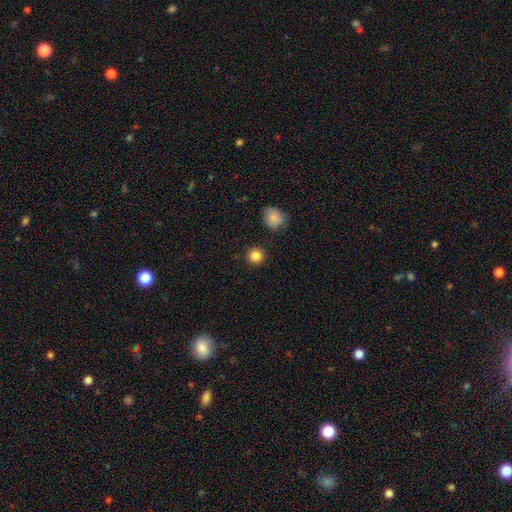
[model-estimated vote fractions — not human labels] A smooth galaxy with no disk features (85%) that is round (94%). Merging: none (90%).